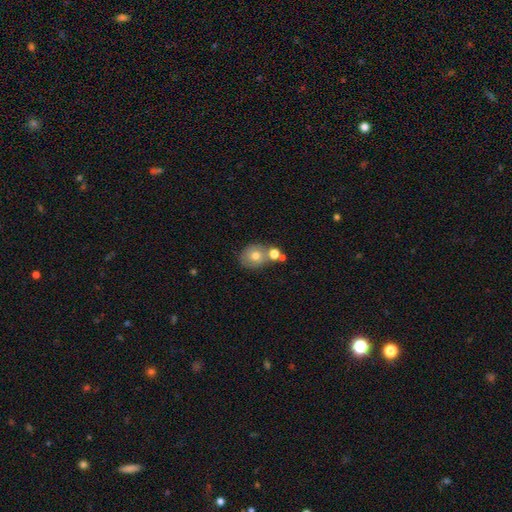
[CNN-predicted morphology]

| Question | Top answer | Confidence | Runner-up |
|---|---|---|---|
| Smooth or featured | smooth | 70% | featured or disk (19%) |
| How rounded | round | 69% | in between (30%) |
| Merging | none | 54% | merger (28%) |